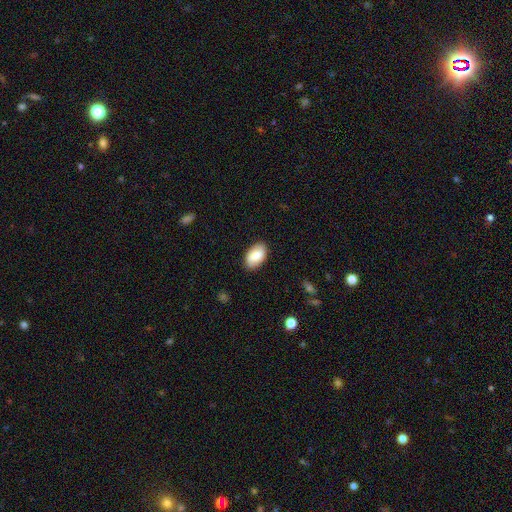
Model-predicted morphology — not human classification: smooth-or-featured: smooth: 82% | featured or disk: 11% | star or artifact: 6%
  how-rounded: in between: 94% | round: 5% | cigar-shaped: 1%
  merging: none: 86% | minor disturbance: 11% | major disturbance: 2% | merger: 1%